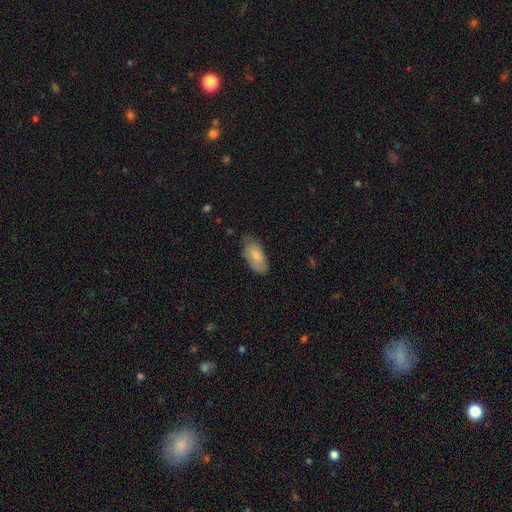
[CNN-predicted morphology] This is likely a smooth galaxy (75%). How rounded: clearly in between (91%). Merging: likely none (66%).